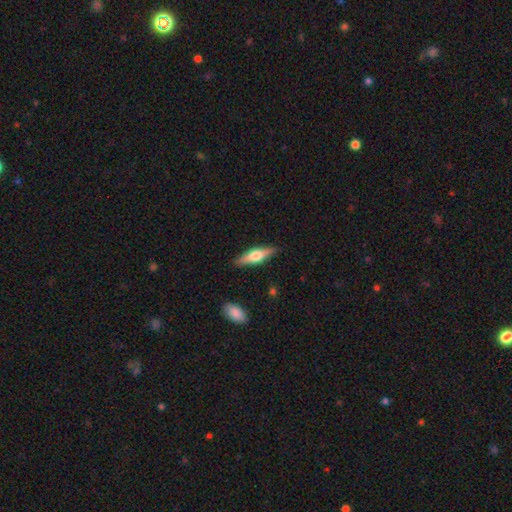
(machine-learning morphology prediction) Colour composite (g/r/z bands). It shows a featured or disk galaxy (50%) viewed edge-on (94%). Merging: none (88%).